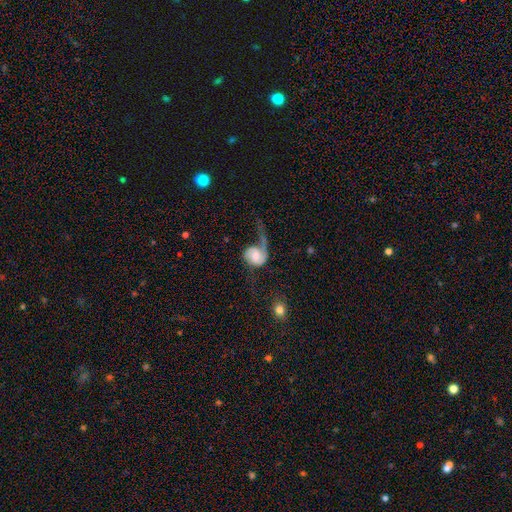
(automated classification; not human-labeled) This appears to be a featured or disk galaxy (71%) with no bar (59%), 2 (55%) loose (56%) spiral arms (91%) and a moderate central bulge (37%). Merging: major disturbance (47%).